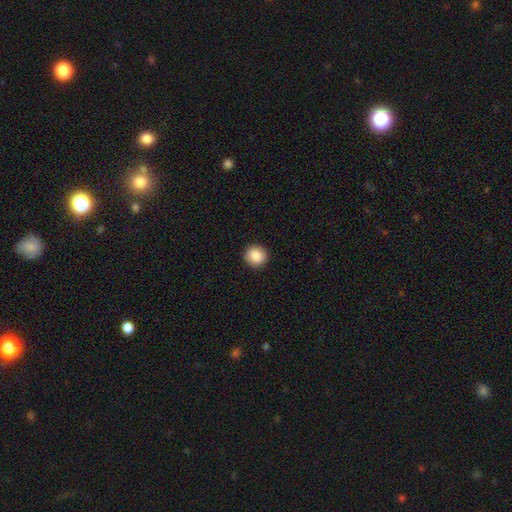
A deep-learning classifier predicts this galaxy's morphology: smooth 87%, star or artifact 8%, featured or disk 5%. Down the decision tree: how rounded — round (93%); merging — none (93%).